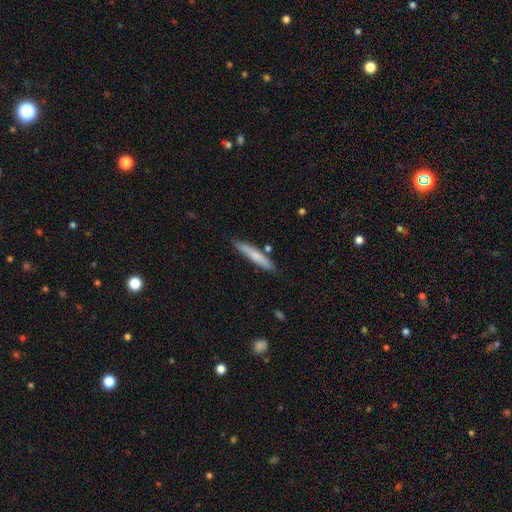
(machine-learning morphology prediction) smooth_or_featured: smooth (p=0.66) [alt: featured or disk p=0.28]
how_rounded: cigar-shaped (p=0.92) [alt: in between p=0.06]
merging: none (p=0.82) [alt: minor disturbance p=0.12]